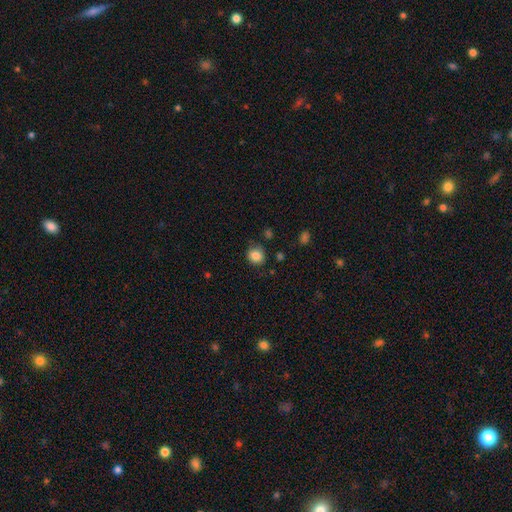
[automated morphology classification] smooth_or_featured: smooth (p=0.84) [alt: star or artifact p=0.10]
how_rounded: round (p=0.82) [alt: in between p=0.17]
merging: none (p=0.77) [alt: minor disturbance p=0.16]